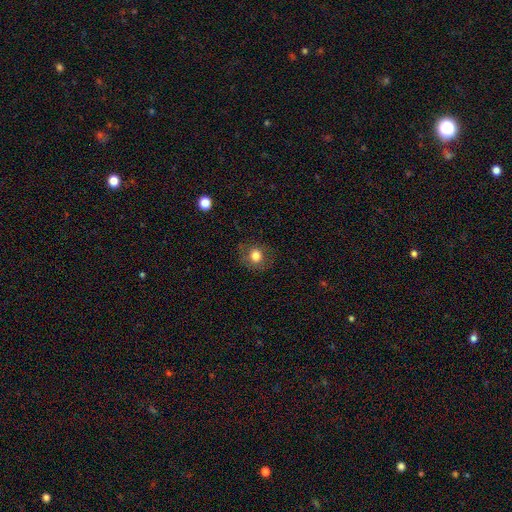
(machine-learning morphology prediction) Q: Smooth or featured?
A: smooth (78%); runner-up: featured or disk (12%)
Q: How rounded?
A: round (77%); runner-up: in between (22%)
Q: Merging?
A: none (80%); runner-up: minor disturbance (13%)